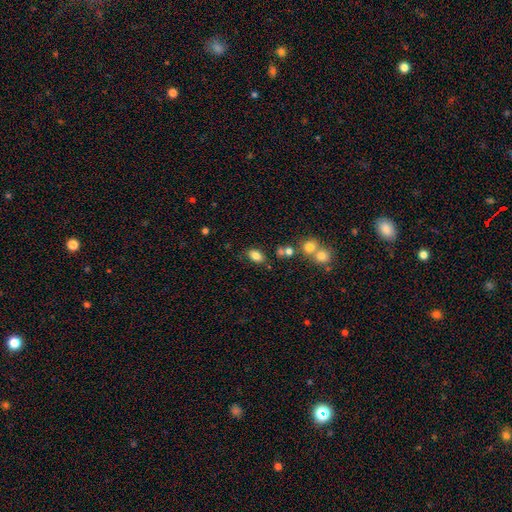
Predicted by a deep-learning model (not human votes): smooth_or_featured: smooth (p=0.82) [alt: star or artifact p=0.10]
how_rounded: in between (p=0.85) [alt: round p=0.14]
merging: none (p=0.76) [alt: minor disturbance p=0.13]